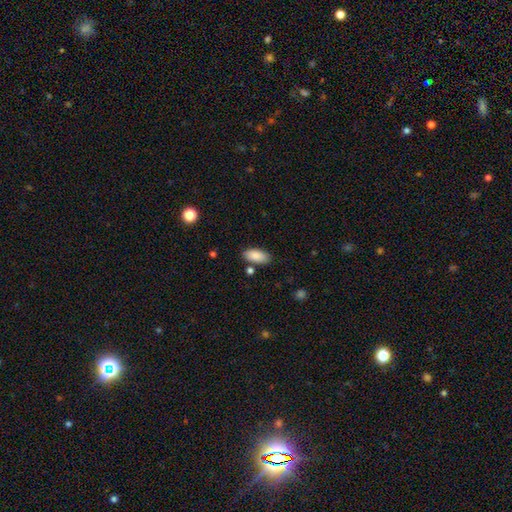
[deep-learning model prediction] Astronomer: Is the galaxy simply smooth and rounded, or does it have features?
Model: smooth — 87%.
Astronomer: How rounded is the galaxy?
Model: in between — 90%.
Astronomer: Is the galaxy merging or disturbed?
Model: none — 82%.